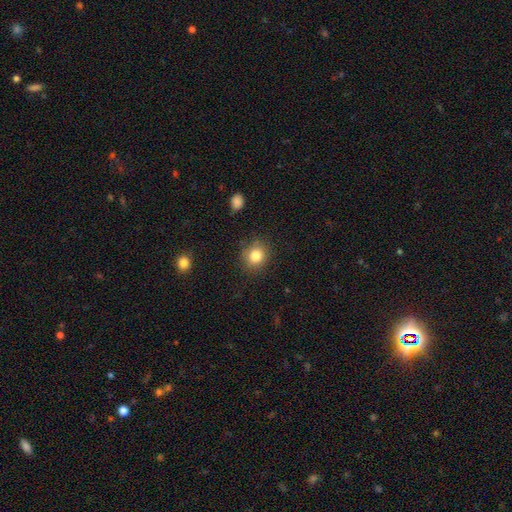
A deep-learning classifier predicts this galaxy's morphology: smooth 83%, star or artifact 10%, featured or disk 6%. Down the decision tree: how rounded — round (80%); merging — none (83%).